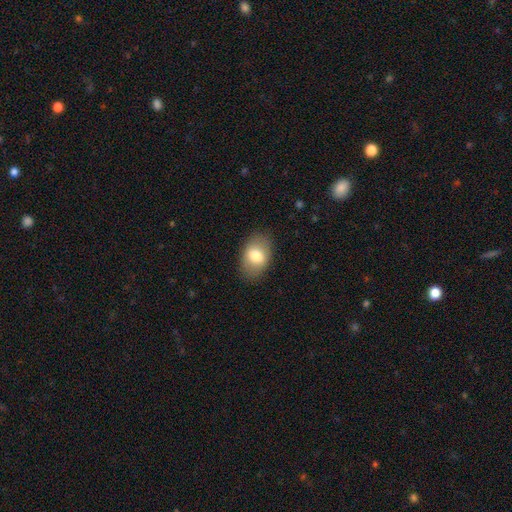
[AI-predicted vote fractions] A smooth galaxy with no disk features (76%) that is in between round and cigar-shaped (84%). Merging: none (84%).